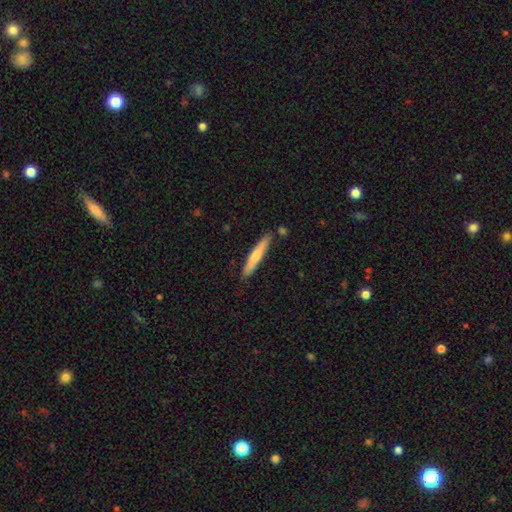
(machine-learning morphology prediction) The model was most divided on "smooth or featured": smooth: 64%, featured or disk: 31%, star or artifact: 5%. More confident: how rounded — cigar-shaped (93%); merging — none (84%).